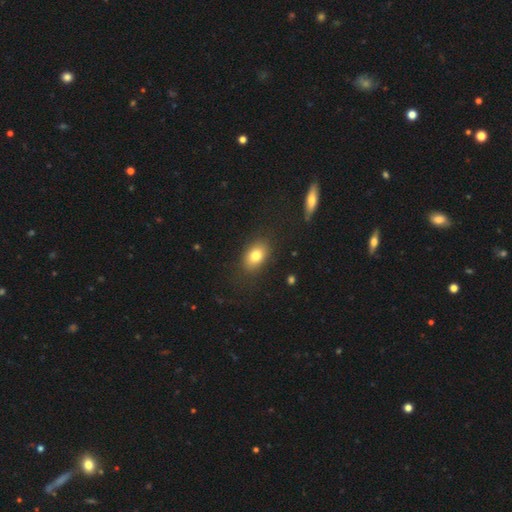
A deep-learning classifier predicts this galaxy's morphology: This appears to be a smooth galaxy with no disk features (80%) that is in between round and cigar-shaped (81%). Merging: none (84%).